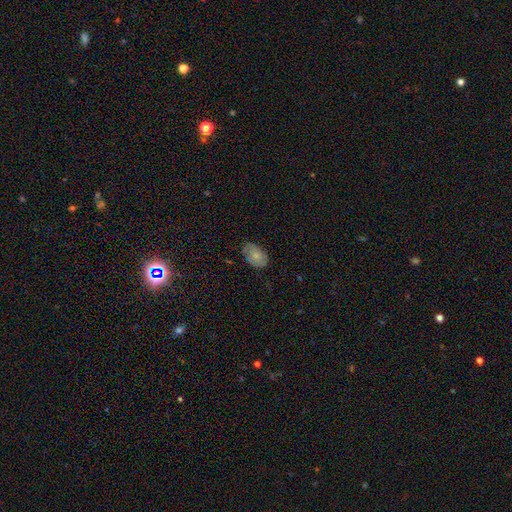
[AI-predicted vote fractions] A smooth galaxy with no disk features (71%) that is in between round and cigar-shaped (89%).

Vote fractions:
- Smooth or featured? smooth: 71% / featured or disk: 21% / star or artifact: 7%
- How rounded? in between: 89% / round: 9% / cigar-shaped: 1%
- Merging? none: 74% / minor disturbance: 21% / major disturbance: 4% / merger: 1%